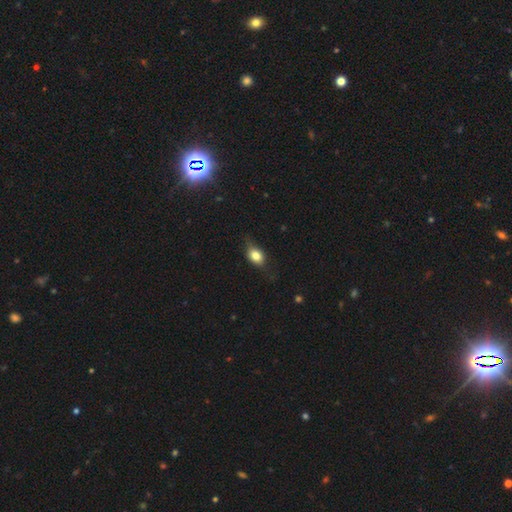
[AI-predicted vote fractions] smooth_or_featured: smooth (p=0.75) [alt: featured or disk p=0.17]
how_rounded: in between (p=0.71) [alt: round p=0.25]
merging: none (p=0.64) [alt: minor disturbance p=0.26]